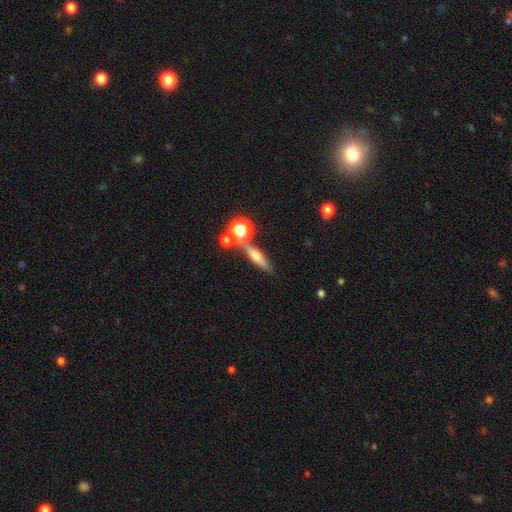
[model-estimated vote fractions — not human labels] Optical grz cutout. It shows a smooth galaxy with no disk features (46%). Merging: none (68%).